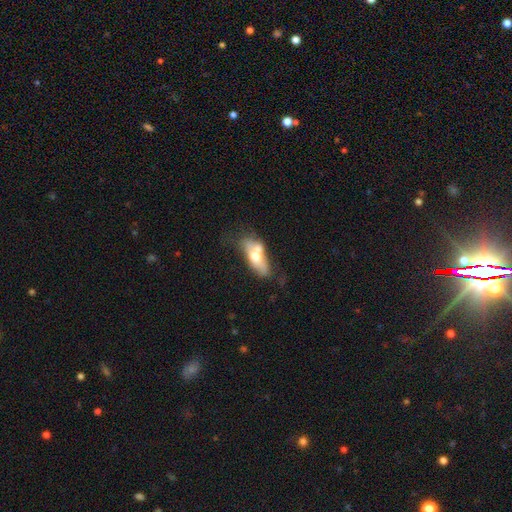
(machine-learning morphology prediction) This is possibly a smooth galaxy (51%). How rounded: likely in between (76%). Merging: marginally none (34%).